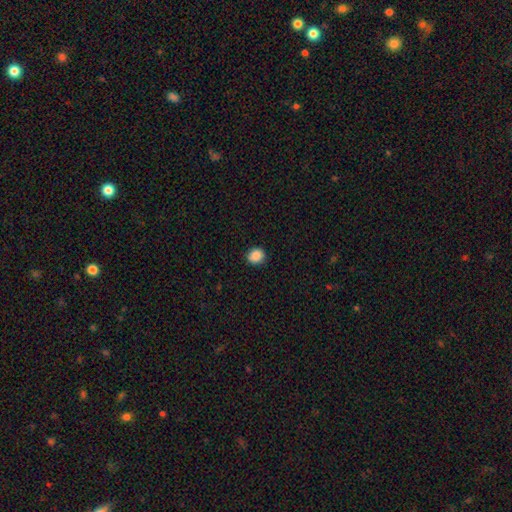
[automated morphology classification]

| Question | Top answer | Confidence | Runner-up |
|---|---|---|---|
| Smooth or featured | smooth | 88% | star or artifact (9%) |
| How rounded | round | 74% | in between (25%) |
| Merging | none | 88% | minor disturbance (9%) |